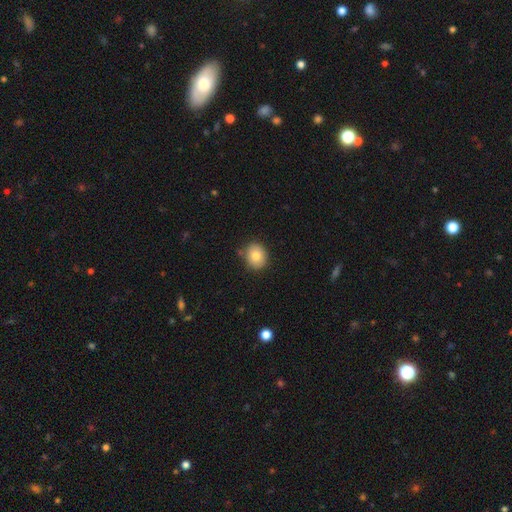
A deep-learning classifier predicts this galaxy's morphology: smooth-or-featured: smooth: 81% | featured or disk: 10% | star or artifact: 9%
  how-rounded: round: 67% | in between: 32% | cigar-shaped: 1%
  merging: none: 81% | minor disturbance: 13% | merger: 3% | major disturbance: 3%